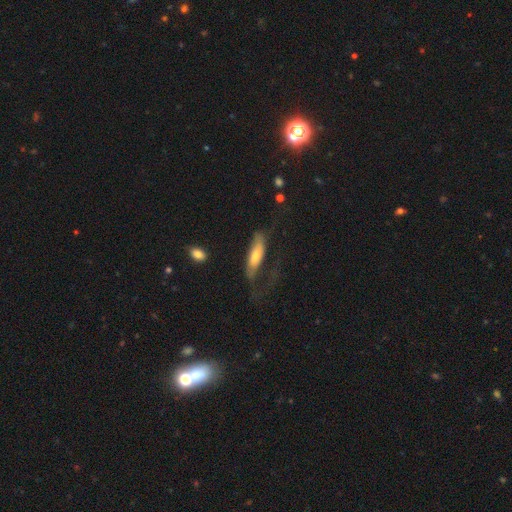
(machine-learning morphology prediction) smooth 53%, featured or disk 40%, star or artifact 7%. Down the decision tree: how rounded — cigar-shaped (51%); merging — major disturbance (44%).